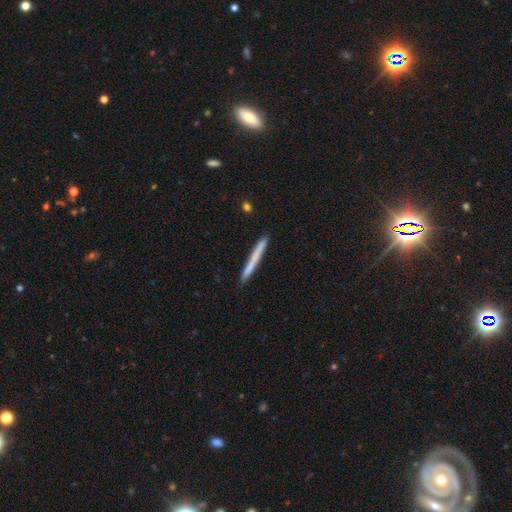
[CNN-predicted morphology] Q: Smooth or featured?
A: smooth (66%); runner-up: featured or disk (28%)
Q: How rounded?
A: cigar-shaped (97%); runner-up: in between (2%)
Q: Merging?
A: none (90%); runner-up: minor disturbance (7%)